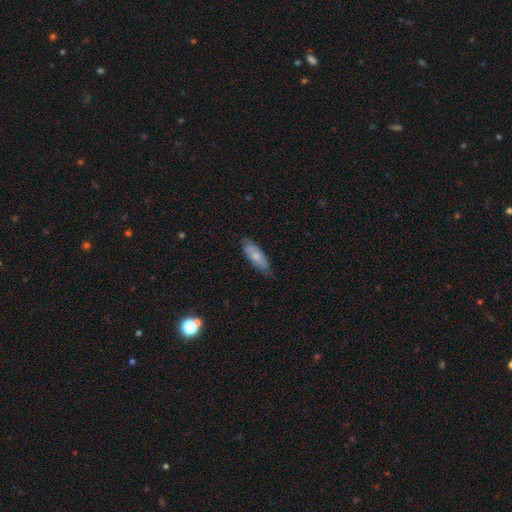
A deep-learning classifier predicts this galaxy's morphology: Smooth or featured: smooth — 67% (featured or disk — 28%)
How rounded: in between — 63% (cigar-shaped — 35%)
Merging: none — 75% (minor disturbance — 20%)